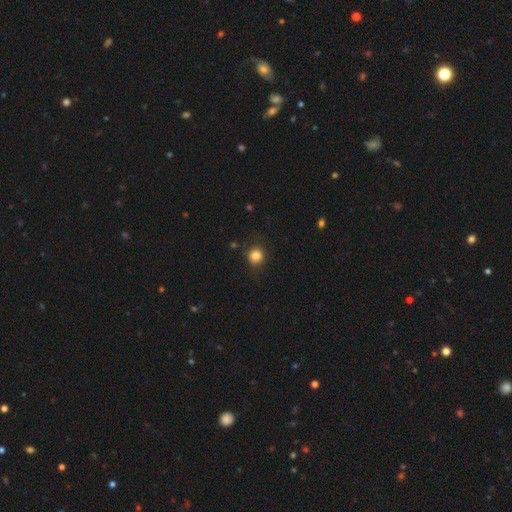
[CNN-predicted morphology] smooth 84%, star or artifact 12%, featured or disk 4%. Down the decision tree: how rounded — round (91%); merging — none (89%).